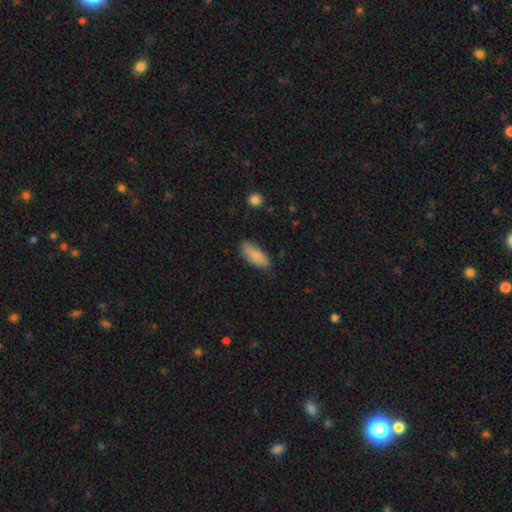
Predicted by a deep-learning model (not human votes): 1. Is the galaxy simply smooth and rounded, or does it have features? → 83% smooth, 10% featured or disk, 6% star or artifact.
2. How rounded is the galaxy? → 80% in between, 18% cigar-shaped, 2% round.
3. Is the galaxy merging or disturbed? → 77% none, 18% minor disturbance, 3% major disturbance, 1% merger.